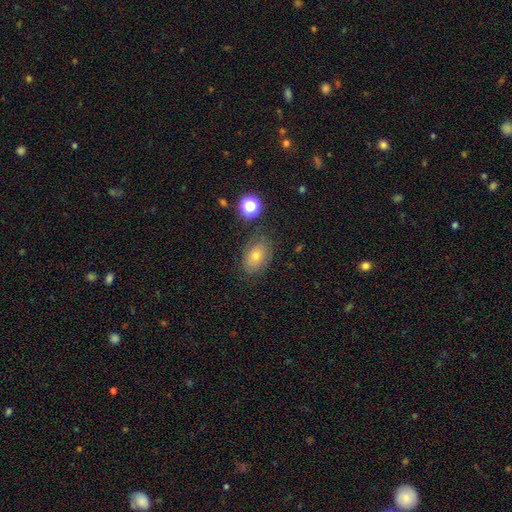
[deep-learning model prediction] Smooth or featured? Predicted: smooth (p=0.63). How rounded? Predicted: in between (p=0.76). Merging? Predicted: none (p=0.79).